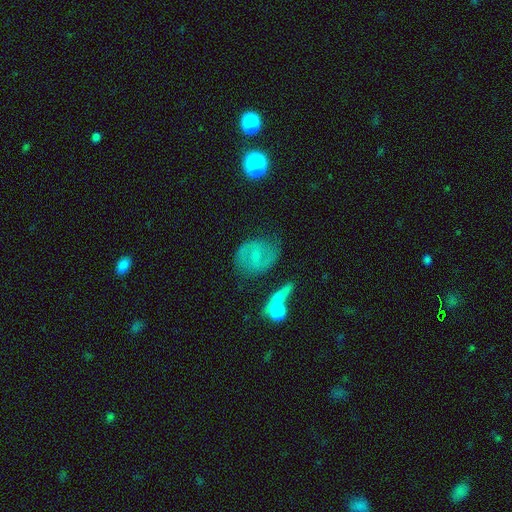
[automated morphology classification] smooth-or-featured: featured or disk: 64% | smooth: 27% | star or artifact: 9%
  disk-edge-on: no: 95% | yes: 5%
    bar: weak: 50% | no: 25% | strong: 25%
    has-spiral-arms: yes: 84% | no: 16%
      spiral-winding: medium: 50% | loose: 27% | tight: 23%
      spiral-arm-count: 2: 85% | can't tell: 9% | 1: 3% | 3: 1% | 4: 1% | more than 4: 1%
    bulge-size: small: 47% | none: 29% | moderate: 21% | large: 2% | dominant: 1%
  merging: none: 69% | minor disturbance: 19% | major disturbance: 9% | merger: 4%